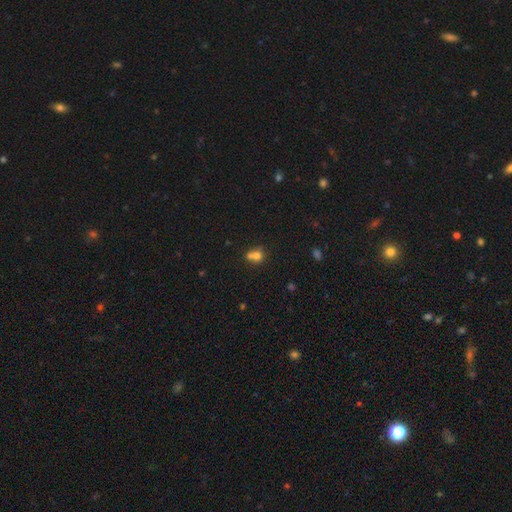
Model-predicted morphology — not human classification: Overall: smooth (71%). How rounded: round (74%). Merging: merger (54%; none 34%).